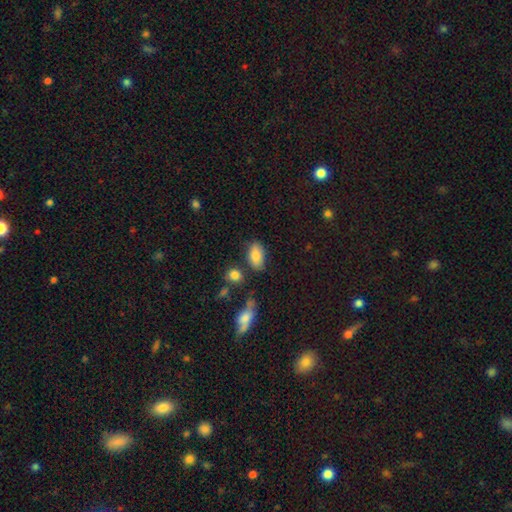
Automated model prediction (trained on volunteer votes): Smooth or featured? Predicted: smooth (p=0.83). How rounded? Predicted: in between (p=0.91). Merging? Predicted: none (p=0.76).